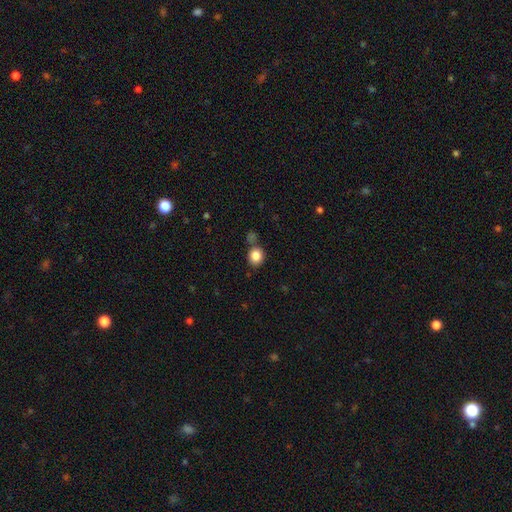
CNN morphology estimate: Q: Smooth or featured?
A: smooth (85%); runner-up: star or artifact (10%)
Q: How rounded?
A: round (78%); runner-up: in between (21%)
Q: Merging?
A: none (72%); runner-up: merger (13%)